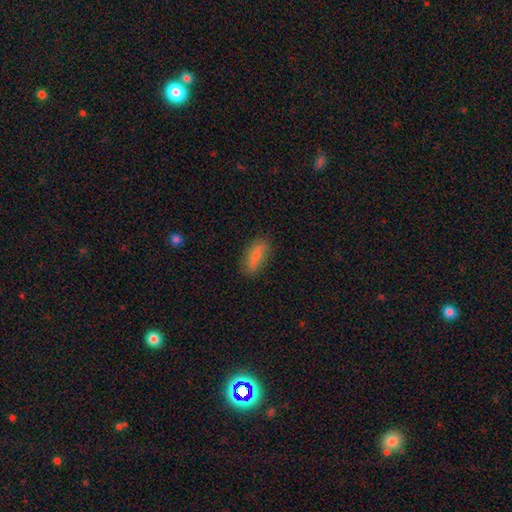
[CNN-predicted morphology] Smooth or featured? Predicted: smooth (p=0.80). How rounded? Predicted: in between (p=0.72). Merging? Predicted: none (p=0.79).